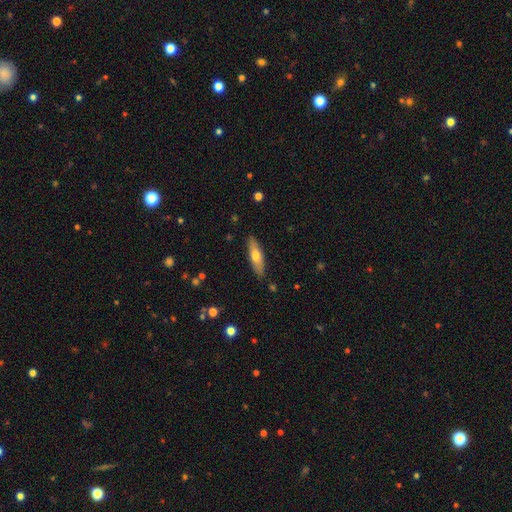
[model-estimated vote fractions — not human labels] Q: Smooth or featured?
A: smooth (61%); runner-up: featured or disk (33%)
Q: How rounded?
A: cigar-shaped (56%); runner-up: in between (42%)
Q: Merging?
A: none (87%); runner-up: minor disturbance (10%)